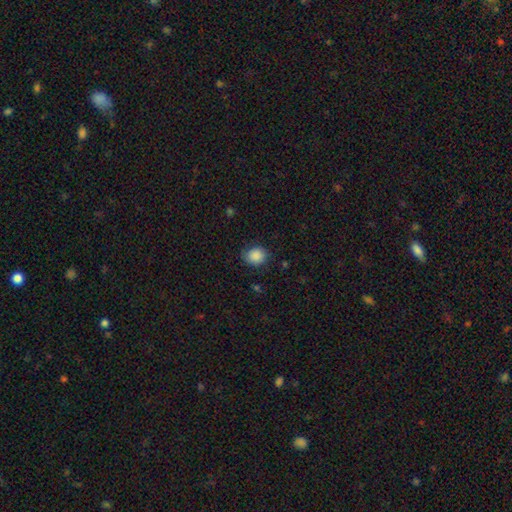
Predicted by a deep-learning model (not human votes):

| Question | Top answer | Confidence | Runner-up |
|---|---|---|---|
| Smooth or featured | smooth | 88% | star or artifact (8%) |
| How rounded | round | 65% | in between (34%) |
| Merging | none | 78% | minor disturbance (16%) |